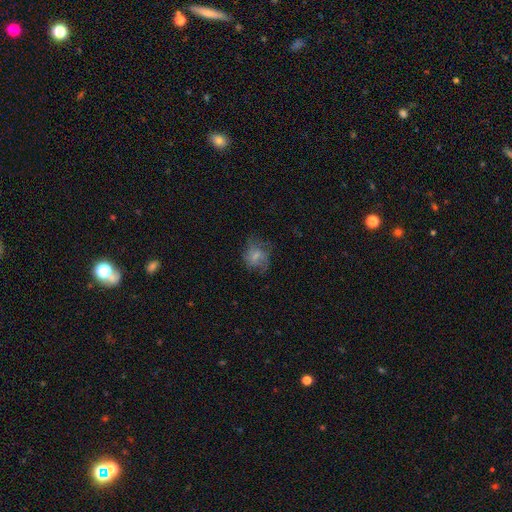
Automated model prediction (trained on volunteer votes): The model was most divided on "how rounded": round: 57%, in between: 41%, cigar-shaped: 1%. More confident: smooth or featured — smooth (54%); merging — none (52%).